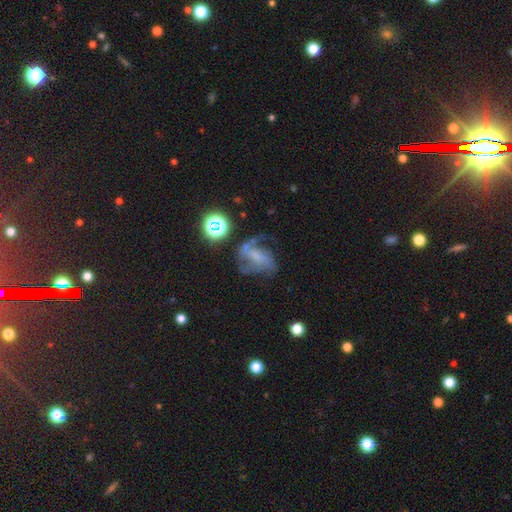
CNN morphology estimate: A featured or disk galaxy (65%) with no bar (40%), 2 (49%) medium (44%) spiral arms (83%) and no central bulge (40%). Merging: none (43%).